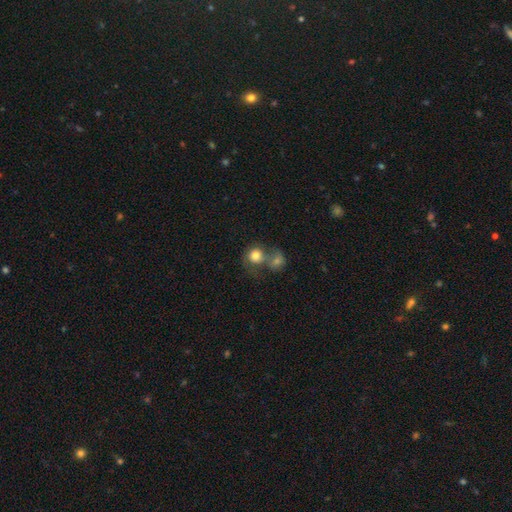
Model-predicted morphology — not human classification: A smooth galaxy with no disk features (78%) that is round (79%).

Vote fractions:
- Smooth or featured? smooth: 78% / featured or disk: 13% / star or artifact: 8%
- How rounded? round: 79% / in between: 20% / cigar-shaped: 1%
- Merging? merger: 59% / none: 26% / minor disturbance: 8% / major disturbance: 7%